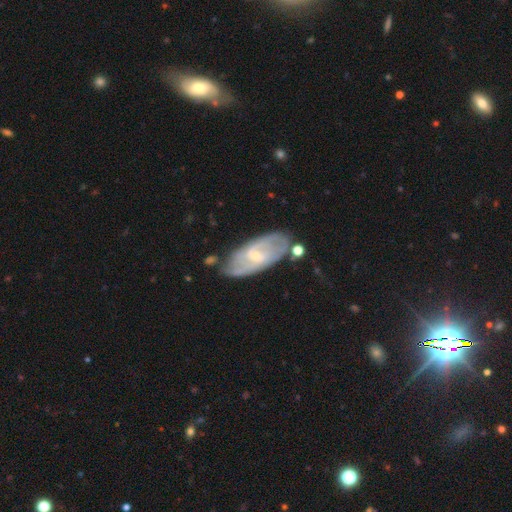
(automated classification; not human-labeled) smooth_or_featured: featured or disk (p=0.74) [alt: smooth p=0.20]
disk_edge_on: no (p=0.91) [alt: yes p=0.09]
bar: weak (p=0.53) [alt: no p=0.30]
has_spiral_arms: yes (p=0.84) [alt: no p=0.16]
spiral_winding: tight (p=0.42) [alt: medium p=0.39]
spiral_arm_count: 2 (p=0.46) [alt: can't tell p=0.37]
bulge_size: small (p=0.71) [alt: moderate p=0.24]
merging: none (p=0.69) [alt: minor disturbance p=0.20]